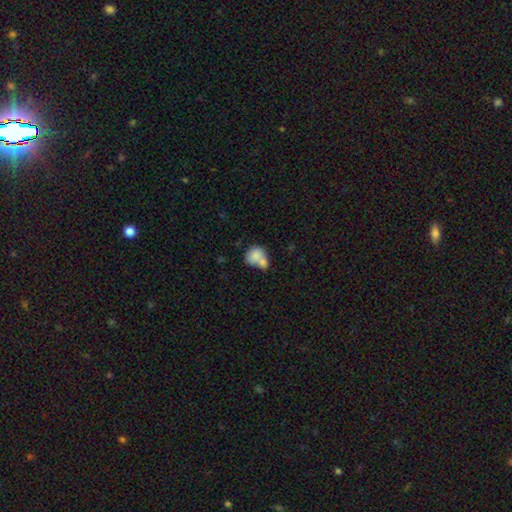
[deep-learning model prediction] This appears to be a smooth galaxy with no disk features (79%) that is round (63%). Merging: merger (60%).